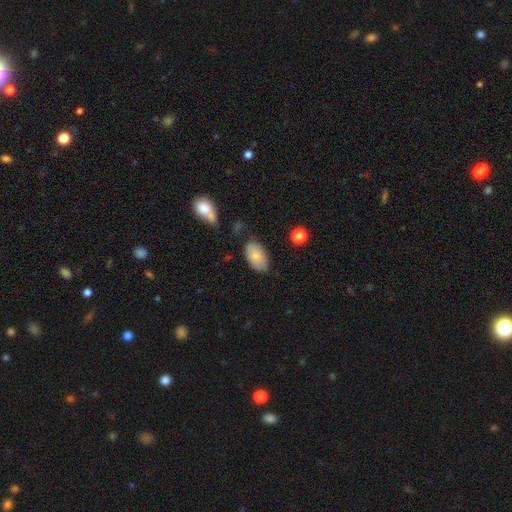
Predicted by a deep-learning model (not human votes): Smooth or featured? smooth (77%)
How rounded? in between (93%)
Merging? none (72%)